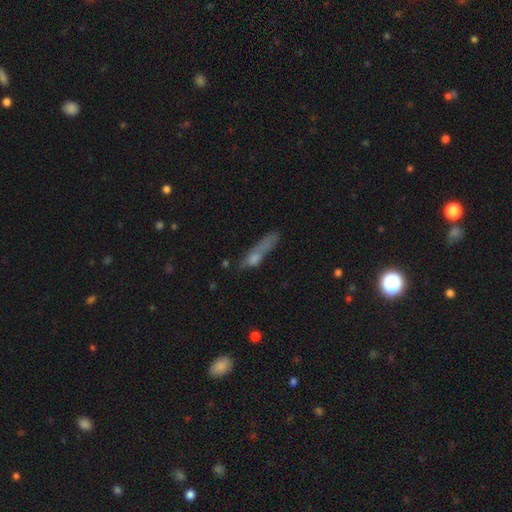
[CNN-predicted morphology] smooth-or-featured: smooth: 59% | featured or disk: 28% | star or artifact: 13%
  how-rounded: cigar-shaped: 79% | in between: 17% | round: 4%
  merging: none: 40% | minor disturbance: 26% | major disturbance: 24% | merger: 10%